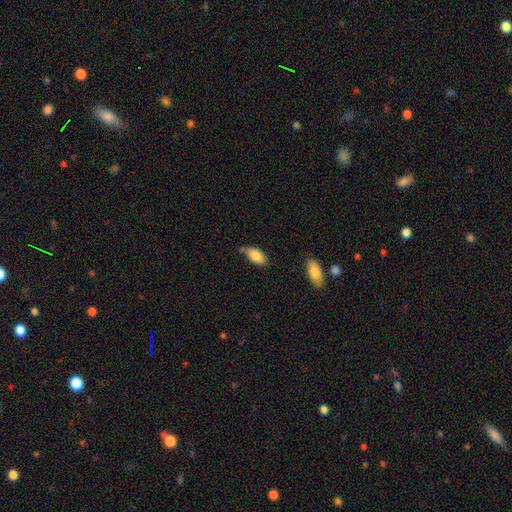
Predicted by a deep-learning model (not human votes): A smooth galaxy with no disk features (83%) that is in between round and cigar-shaped (92%). Merging: none (57%).